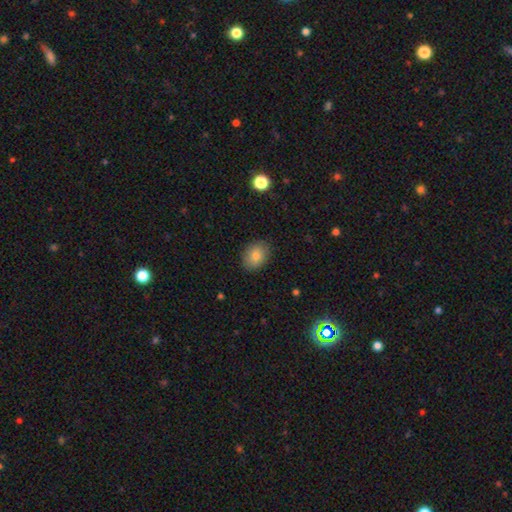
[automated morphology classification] A smooth galaxy with no disk features (82%) that is in between round and cigar-shaped (72%). Merging: none (87%).